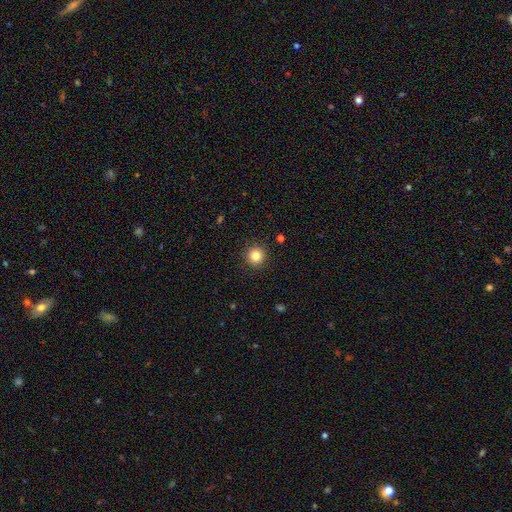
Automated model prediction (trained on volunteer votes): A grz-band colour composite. It shows a smooth galaxy with no disk features (84%) that is round (95%). Merging: none (92%).